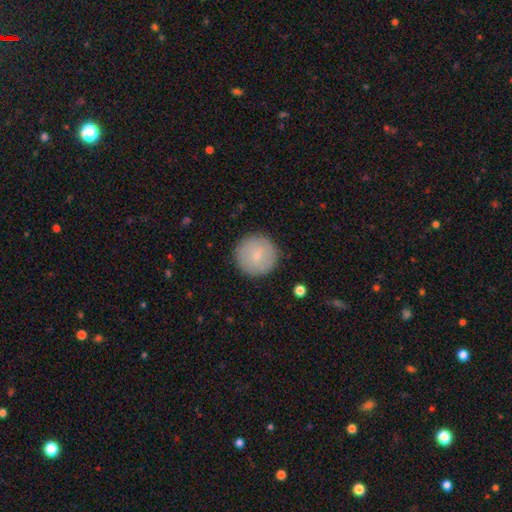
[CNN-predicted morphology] This is likely a smooth galaxy (77%). How rounded: clearly round (96%). Merging: clearly none (91%).